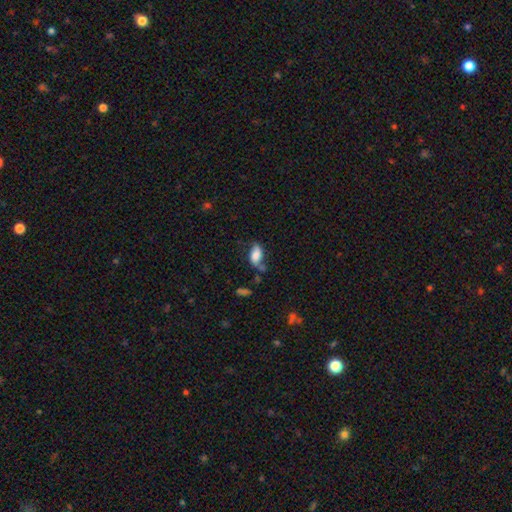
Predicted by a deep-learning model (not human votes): smooth-or-featured: smooth: 55% | featured or disk: 36% | star or artifact: 9%
  how-rounded: in between: 89% | round: 6% | cigar-shaped: 5%
  merging: none: 50% | minor disturbance: 27% | major disturbance: 14% | merger: 9%